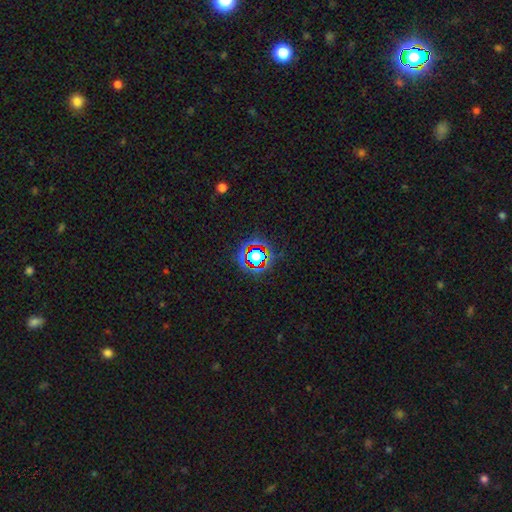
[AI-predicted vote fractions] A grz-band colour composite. It shows a star or artifact, not a galaxy (63%).